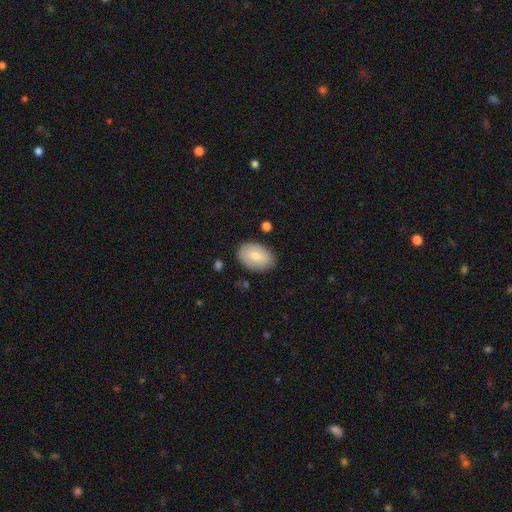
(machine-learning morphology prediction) The model was most divided on "smooth or featured": smooth: 76%, featured or disk: 18%, star or artifact: 6%. More confident: how rounded — in between (89%); merging — none (81%).